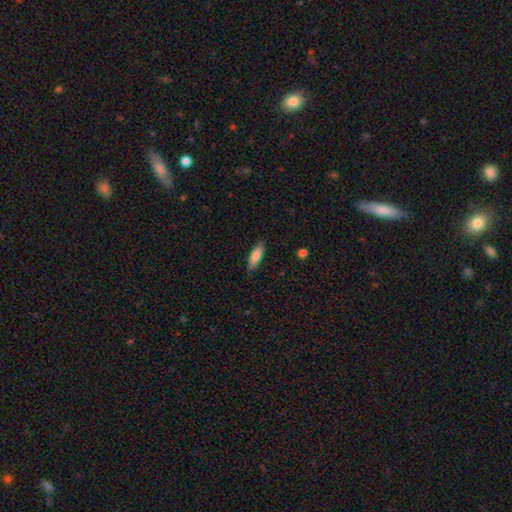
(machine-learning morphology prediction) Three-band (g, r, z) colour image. It shows a smooth galaxy with no disk features (83%) that is in between round and cigar-shaped (58%). Merging: none (86%).